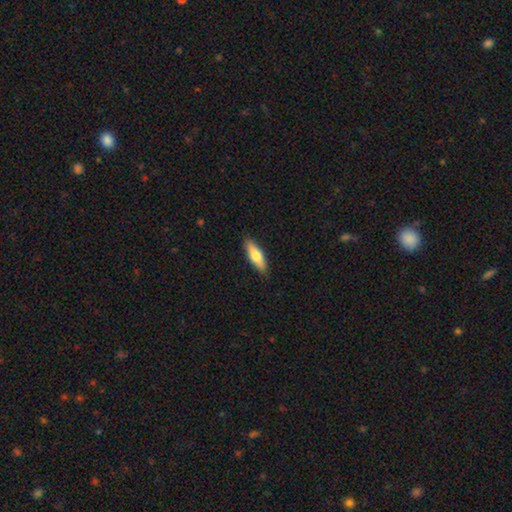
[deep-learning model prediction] Q: Smooth or featured?
A: smooth (70%); runner-up: featured or disk (24%)
Q: How rounded?
A: in between (51%); runner-up: cigar-shaped (47%)
Q: Merging?
A: none (88%); runner-up: minor disturbance (10%)